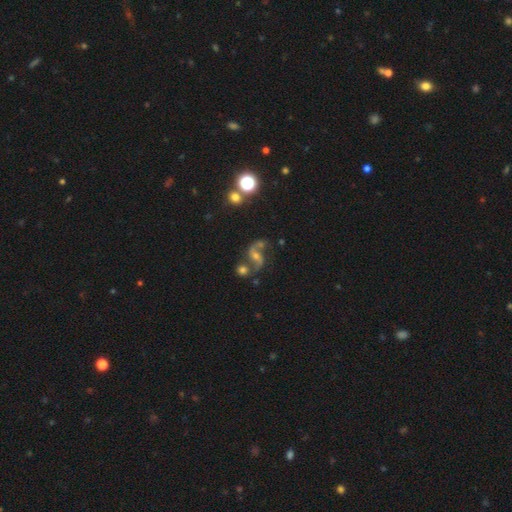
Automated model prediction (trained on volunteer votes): This appears to be a featured or disk galaxy (77%) with no bar (42%), 2 (88%) loose (62%) spiral arms (92%) and a small central bulge (45%). Merging: none (53%).